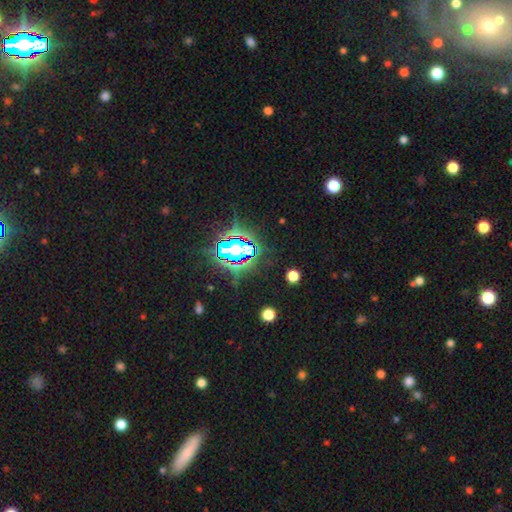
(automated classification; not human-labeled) A star or artifact, not a galaxy (82%).

Vote fractions:
- Smooth or featured? star or artifact: 82% / smooth: 11% / featured or disk: 7%